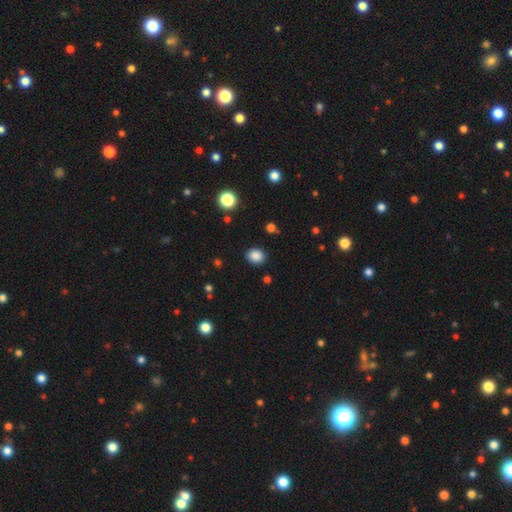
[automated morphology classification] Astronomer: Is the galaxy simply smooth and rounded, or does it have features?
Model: smooth — 86%.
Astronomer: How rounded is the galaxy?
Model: round — 52% (runner-up: in between, 47%).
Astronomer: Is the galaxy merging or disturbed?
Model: none — 88%.